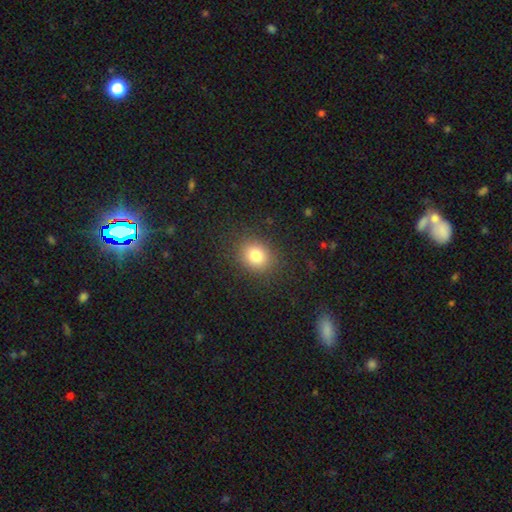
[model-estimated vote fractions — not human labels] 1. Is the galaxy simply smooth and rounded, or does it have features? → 81% smooth, 12% star or artifact, 7% featured or disk.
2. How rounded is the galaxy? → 67% round, 32% in between, 1% cigar-shaped.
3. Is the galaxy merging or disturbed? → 87% none, 8% minor disturbance, 4% major disturbance, 1% merger.